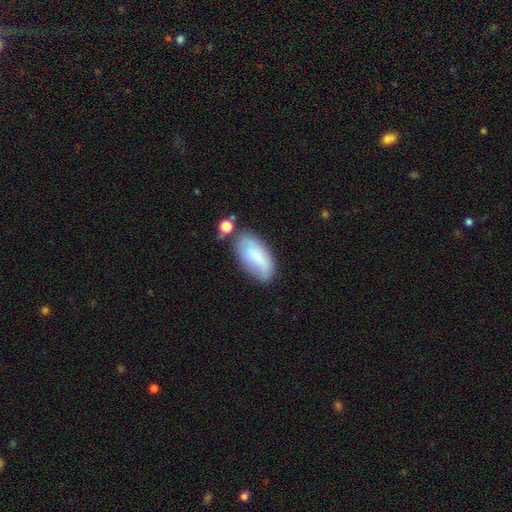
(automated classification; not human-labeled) A smooth galaxy with no disk features (72%) that is in between round and cigar-shaped (91%). Merging: none (59%).